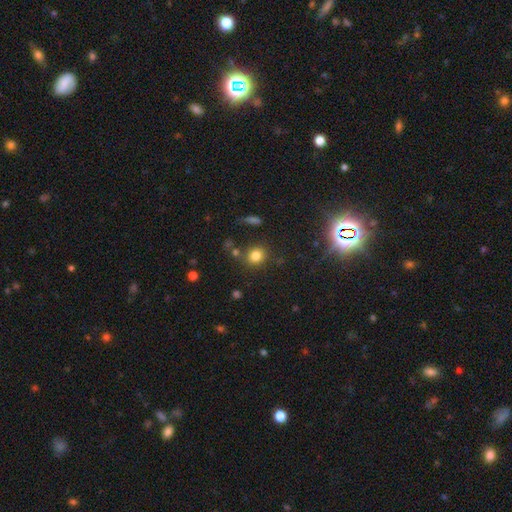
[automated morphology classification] A smooth galaxy with no disk features (79%) that is round (81%).

Vote fractions:
- Smooth or featured? smooth: 79% / star or artifact: 14% / featured or disk: 7%
- How rounded? round: 81% / in between: 18% / cigar-shaped: 1%
- Merging? none: 78% / minor disturbance: 11% / merger: 6% / major disturbance: 4%